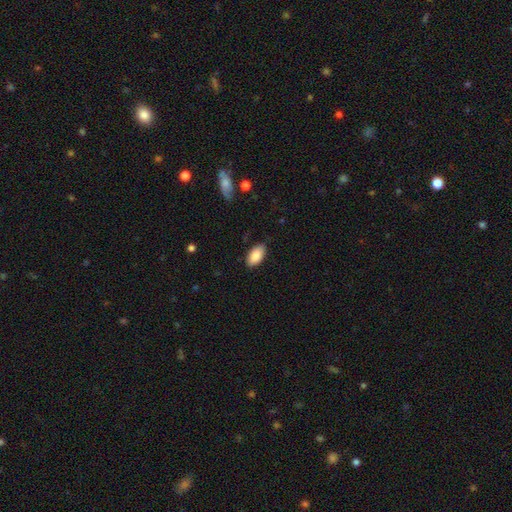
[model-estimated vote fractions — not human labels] Smooth or featured? smooth (87%)
How rounded? in between (94%)
Merging? none (85%)